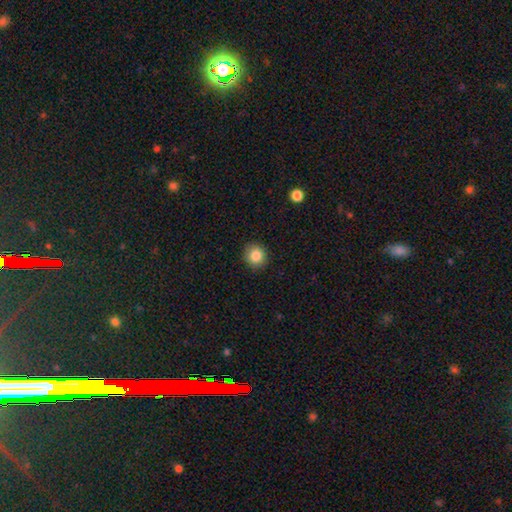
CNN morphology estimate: A smooth galaxy with no disk features (85%) that is round (87%). Merging: none (90%).